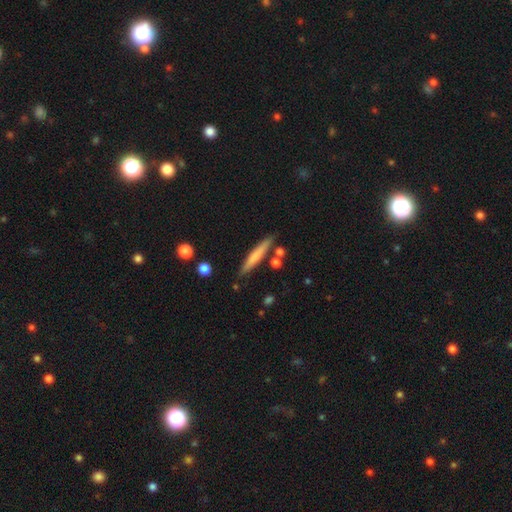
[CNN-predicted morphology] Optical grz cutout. It shows a smooth galaxy with no disk features (64%) that is cigar-shaped (93%). Merging: none (82%).